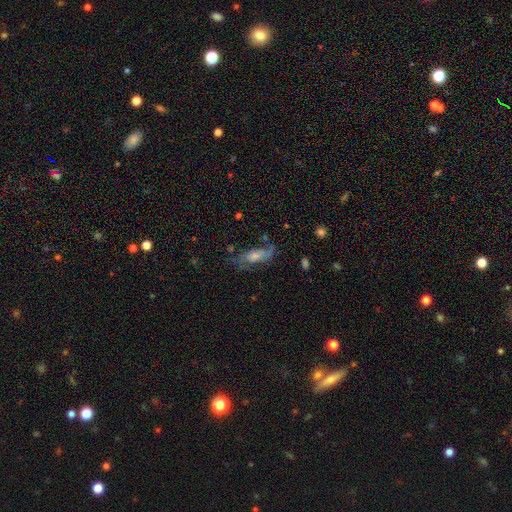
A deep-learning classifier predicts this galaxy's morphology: Smooth or featured? smooth (47%)
Merging? none (48%)